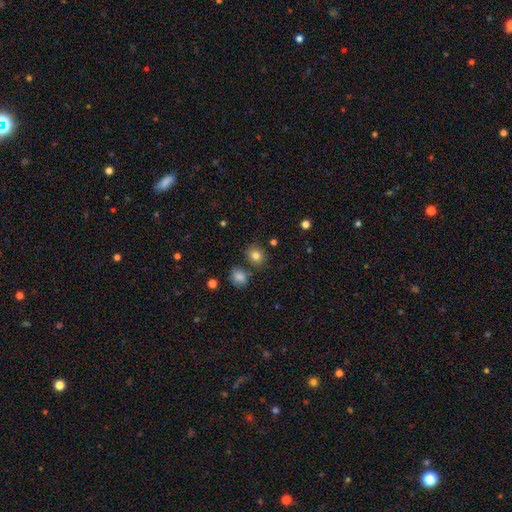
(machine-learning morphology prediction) Smooth or featured: smooth — 81% (star or artifact — 12%)
How rounded: round — 80% (in between — 19%)
Merging: none — 79% (minor disturbance — 10%)